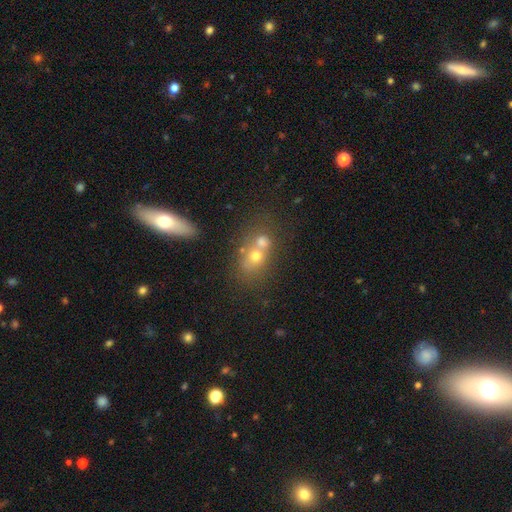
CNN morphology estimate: Smooth or featured? Predicted: smooth (p=0.54). How rounded? Predicted: in between (p=0.47, tied with round). Merging? Predicted: merger (p=0.53).